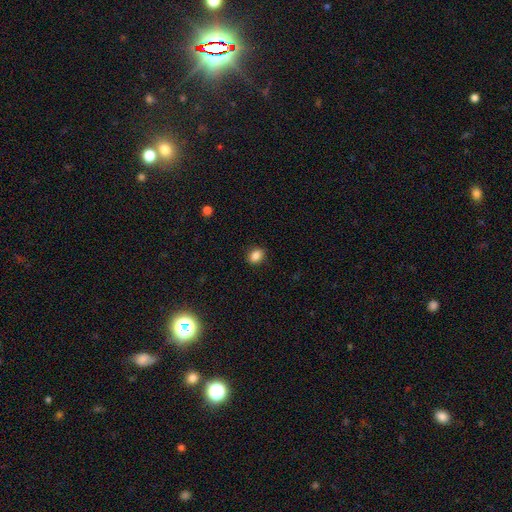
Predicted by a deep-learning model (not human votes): Smooth or featured? smooth (85%)
How rounded? in between (64%)
Merging? none (88%)